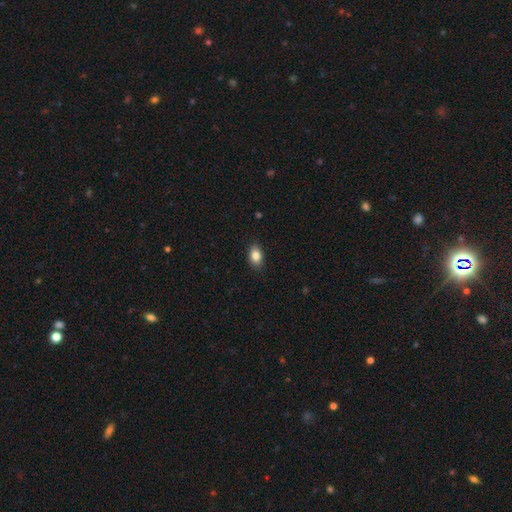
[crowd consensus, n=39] Smooth or featured?
  - smooth: 90% *
  - featured or disk: 5%
  - star or artifact: 5%
How rounded?
  - in between: 74% *
  - round: 23%
  - cigar-shaped: 3%
Merging?
  - none: 89% *
  - minor disturbance: 11%
  - major disturbance: 0%
  - merger: 0%